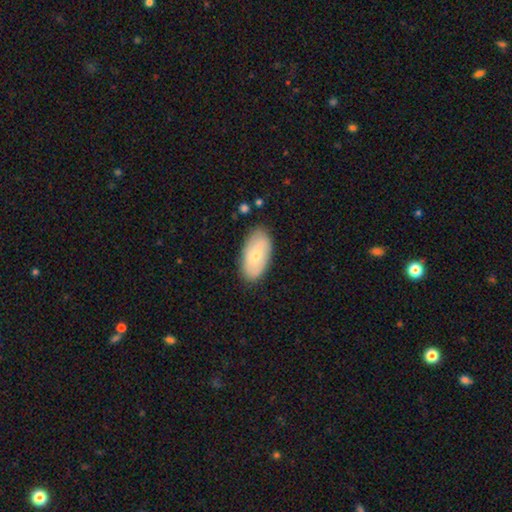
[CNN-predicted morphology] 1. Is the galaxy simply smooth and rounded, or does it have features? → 63% smooth, 30% featured or disk, 6% star or artifact.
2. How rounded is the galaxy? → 94% in between, 3% round, 3% cigar-shaped.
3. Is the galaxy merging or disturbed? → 83% none, 13% minor disturbance, 3% major disturbance, 1% merger.